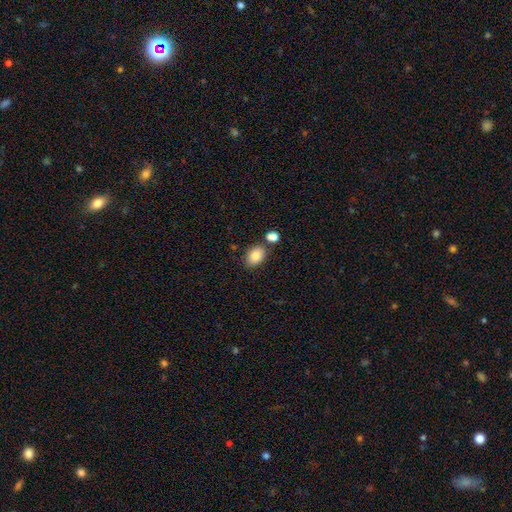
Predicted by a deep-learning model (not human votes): A smooth galaxy with no disk features (85%) that is in between round and cigar-shaped (85%).

Vote fractions:
- Smooth or featured? smooth: 85% / star or artifact: 8% / featured or disk: 7%
- How rounded? in between: 85% / round: 14% / cigar-shaped: 1%
- Merging? none: 74% / minor disturbance: 12% / merger: 11% / major disturbance: 3%